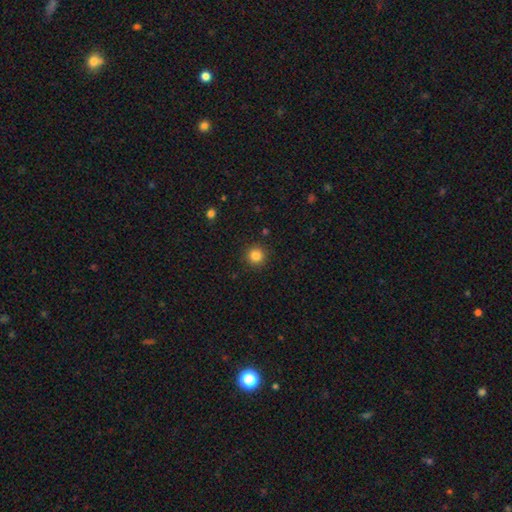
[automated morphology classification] smooth 84%, star or artifact 12%, featured or disk 4%. Down the decision tree: how rounded — round (95%); merging — none (91%).